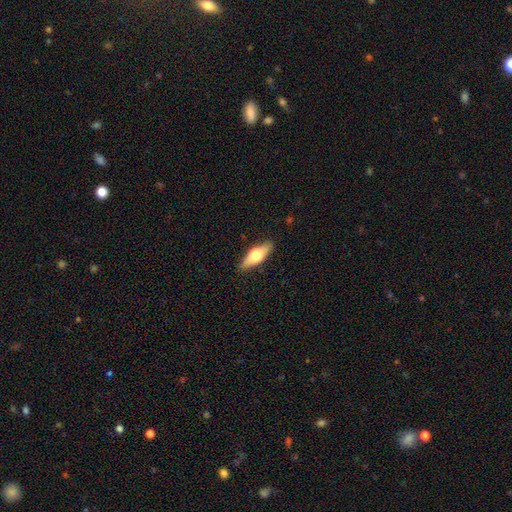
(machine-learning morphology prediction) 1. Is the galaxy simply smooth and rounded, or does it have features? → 50% featured or disk, 43% smooth, 7% star or artifact.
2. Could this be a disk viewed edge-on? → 91% yes, 9% no.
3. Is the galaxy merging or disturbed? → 87% none, 10% minor disturbance, 2% major disturbance, 1% merger.